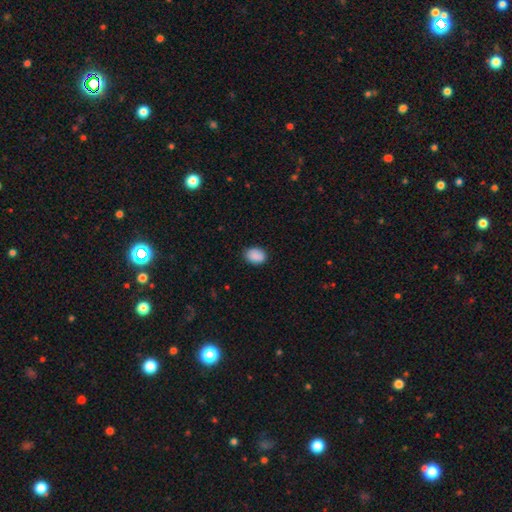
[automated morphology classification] Smooth or featured: smooth — 89% (star or artifact — 7%)
How rounded: in between — 66% (round — 33%)
Merging: none — 83% (minor disturbance — 13%)